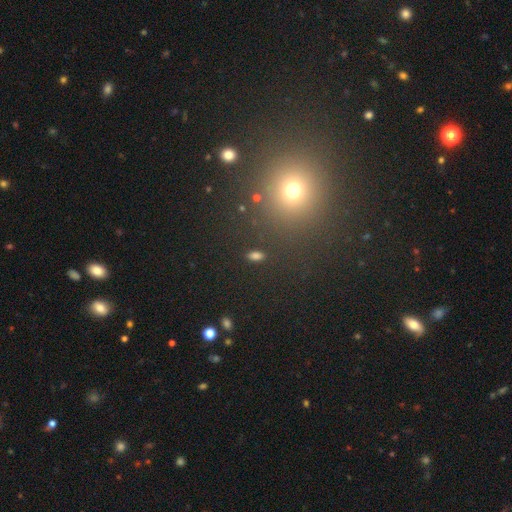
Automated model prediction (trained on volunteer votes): Morphology: type=smooth (78%); roundness=in between (88%); merging=none (86%).